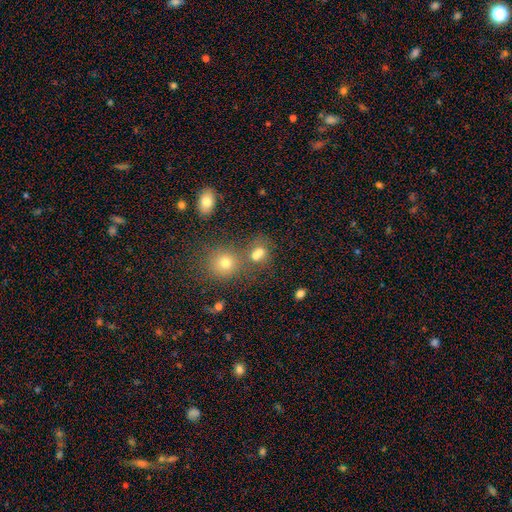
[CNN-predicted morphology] Smooth or featured?
  - smooth: 68% *
  - star or artifact: 19%
  - featured or disk: 14%
How rounded?
  - round: 66% *
  - in between: 33%
  - cigar-shaped: 1%
Merging?
  - none: 42% * (tied)
  - merger: 42% * (tied)
  - minor disturbance: 10%
  - major disturbance: 6%